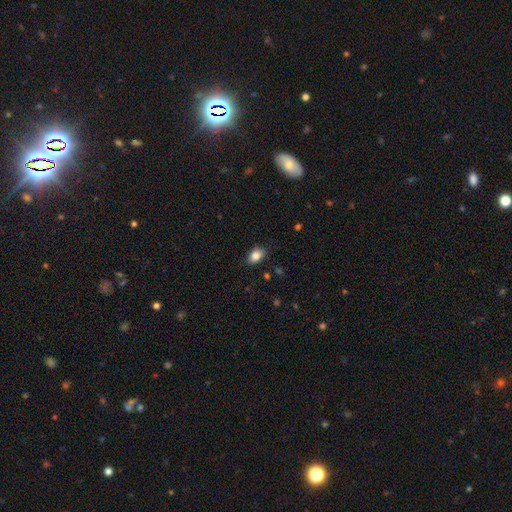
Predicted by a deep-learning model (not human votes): Smooth or featured?
  - smooth: 85% *
  - star or artifact: 8%
  - featured or disk: 6%
How rounded?
  - in between: 85% *
  - round: 14%
  - cigar-shaped: 2%
Merging?
  - none: 82% *
  - minor disturbance: 14%
  - major disturbance: 3%
  - merger: 1%